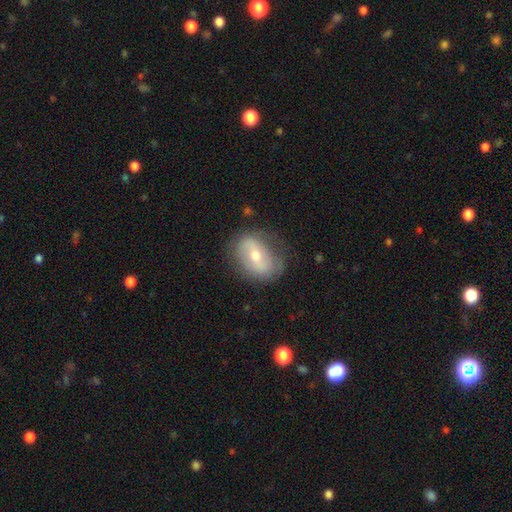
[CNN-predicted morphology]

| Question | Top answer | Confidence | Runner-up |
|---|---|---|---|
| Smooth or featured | featured or disk | 55% | smooth (37%) |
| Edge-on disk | no | 93% | yes (7%) |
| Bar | weak | 40% | no (33%) |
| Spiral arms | yes | 59% | no (41%) |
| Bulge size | moderate | 59% | small (36%) |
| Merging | none | 71% | minor disturbance (20%) |